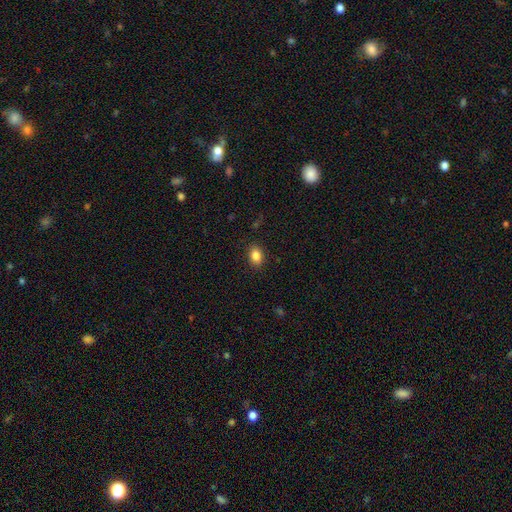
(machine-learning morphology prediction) type=smooth (85%); roundness=in between (81%); merging=none (88%).